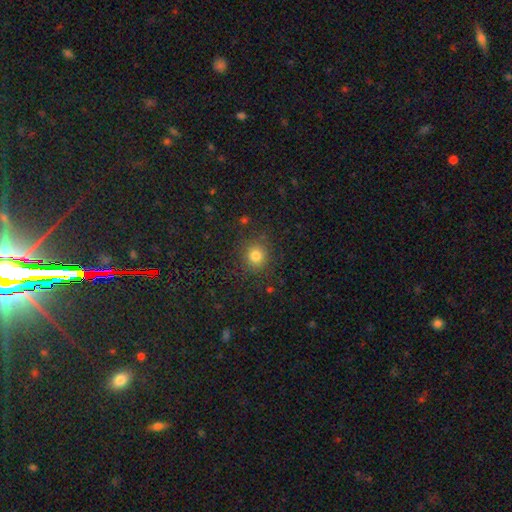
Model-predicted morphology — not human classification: The model was most divided on "smooth or featured": smooth: 79%, star or artifact: 15%, featured or disk: 6%. More confident: how rounded — round (89%); merging — none (87%).